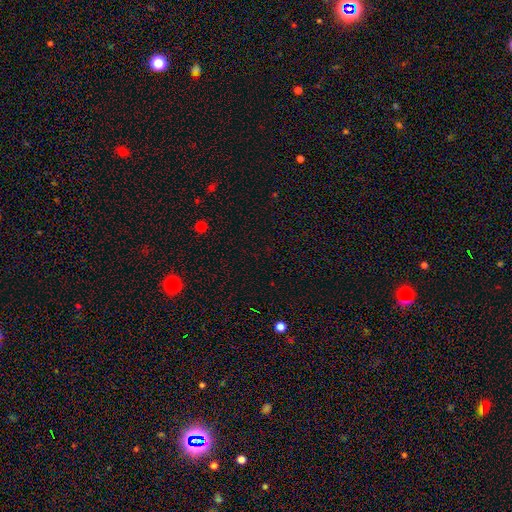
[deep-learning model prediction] smooth-or-featured: star or artifact: 66% | smooth: 27% | featured or disk: 7%